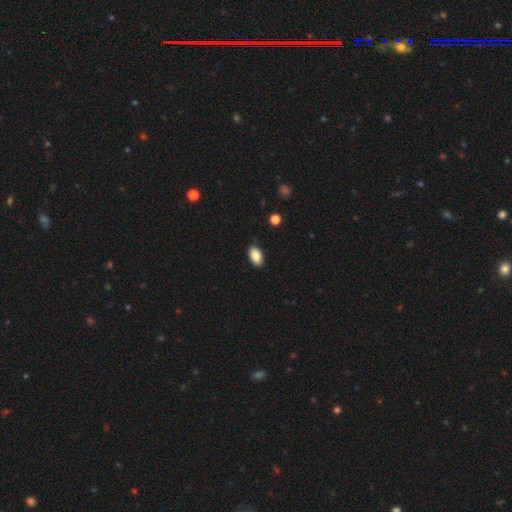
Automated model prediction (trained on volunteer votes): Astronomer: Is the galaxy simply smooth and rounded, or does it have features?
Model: smooth — 88%.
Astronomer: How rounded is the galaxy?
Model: in between — 93%.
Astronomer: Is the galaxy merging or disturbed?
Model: none — 87%.